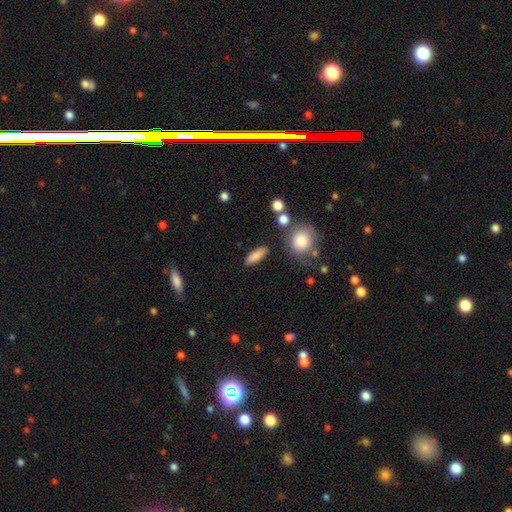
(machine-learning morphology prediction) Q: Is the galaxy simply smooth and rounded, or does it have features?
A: smooth — 84%.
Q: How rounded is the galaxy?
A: in between — 57%.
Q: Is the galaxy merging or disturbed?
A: none — 85%.